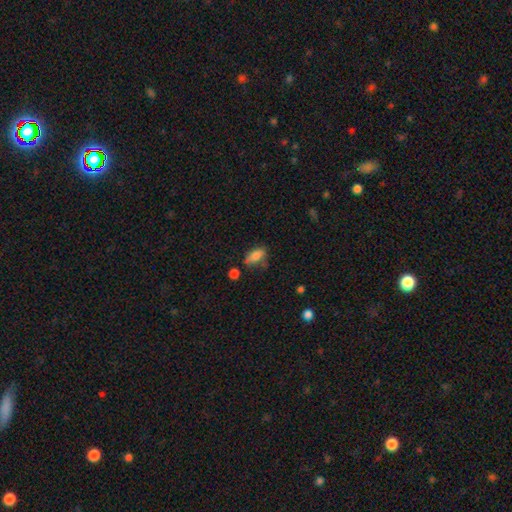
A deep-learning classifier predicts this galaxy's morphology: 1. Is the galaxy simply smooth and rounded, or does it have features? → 79% smooth, 11% featured or disk, 10% star or artifact.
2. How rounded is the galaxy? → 85% in between, 10% cigar-shaped, 5% round.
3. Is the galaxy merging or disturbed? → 47% none, 32% minor disturbance, 13% major disturbance, 7% merger.